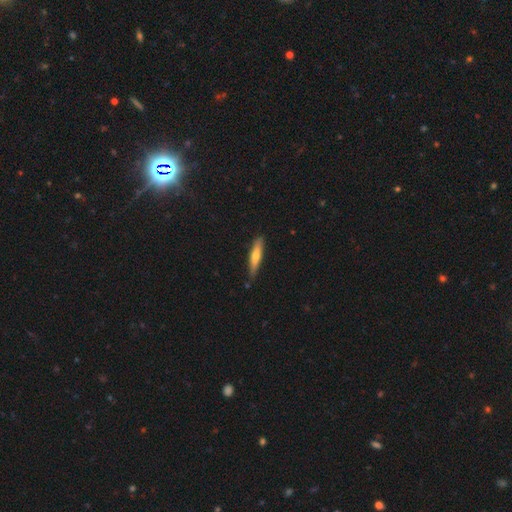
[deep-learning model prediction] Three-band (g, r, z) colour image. It shows a smooth galaxy with no disk features (59%) that is cigar-shaped (89%). Merging: none (82%).